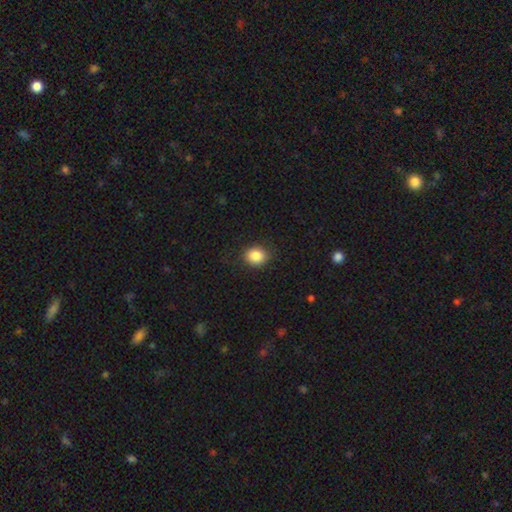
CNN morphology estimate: This appears to be a smooth galaxy with no disk features (87%) that is round (68%). Merging: none (85%).